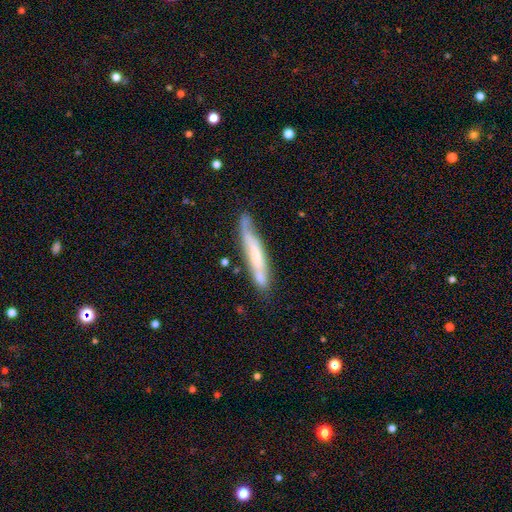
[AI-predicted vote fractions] The model was most divided on "smooth or featured": featured or disk: 52%, smooth: 42%, star or artifact: 6%. More confident: edge-on disk — yes (68%); merging — none (64%).